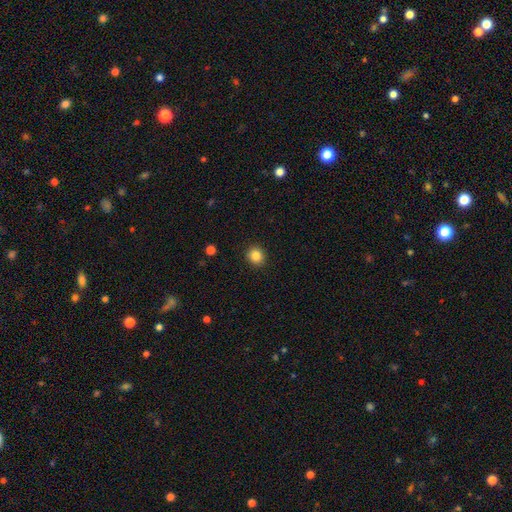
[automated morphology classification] A smooth galaxy with no disk features (85%) that is round (87%).

Vote fractions:
- Smooth or featured? smooth: 85% / star or artifact: 10% / featured or disk: 5%
- How rounded? round: 87% / in between: 12% / cigar-shaped: 1%
- Merging? none: 92% / minor disturbance: 5% / major disturbance: 2% / merger: 1%